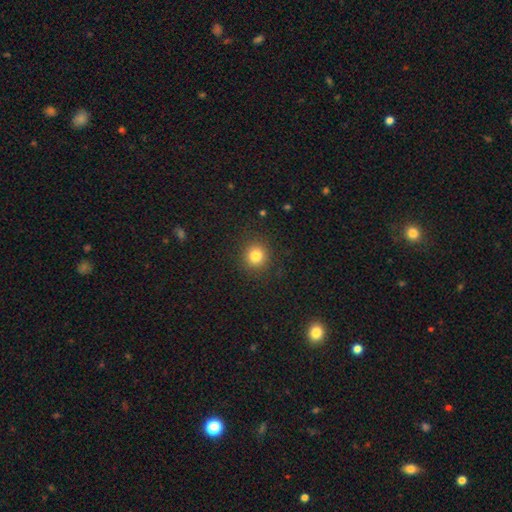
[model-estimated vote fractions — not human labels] Smooth or featured? smooth (82%)
How rounded? round (91%)
Merging? none (90%)